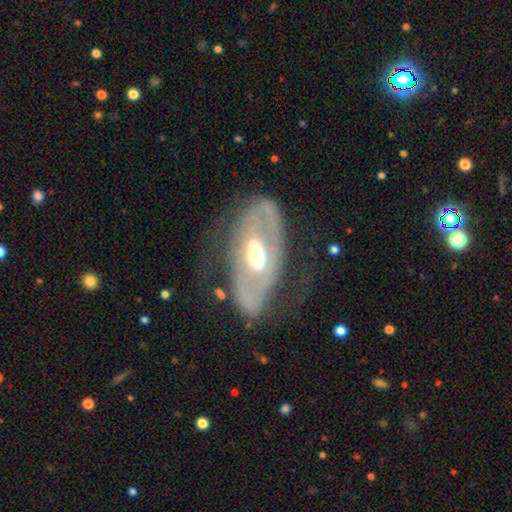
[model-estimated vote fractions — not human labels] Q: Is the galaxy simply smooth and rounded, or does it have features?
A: featured or disk — 78%.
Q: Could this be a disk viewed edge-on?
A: no — 91%.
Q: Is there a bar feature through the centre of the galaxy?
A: no — 45%.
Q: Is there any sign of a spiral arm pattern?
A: yes — 62%.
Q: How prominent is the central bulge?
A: moderate — 70%.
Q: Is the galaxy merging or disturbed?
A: none — 55%.